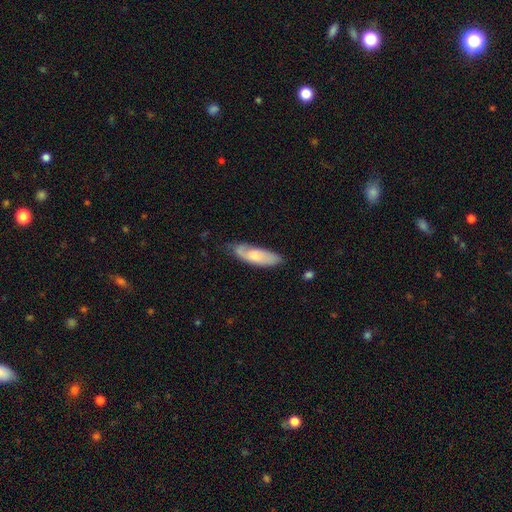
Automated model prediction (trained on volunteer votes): Smooth or featured? Predicted: smooth (p=0.60). How rounded? Predicted: in between (p=0.60). Merging? Predicted: none (p=0.58).